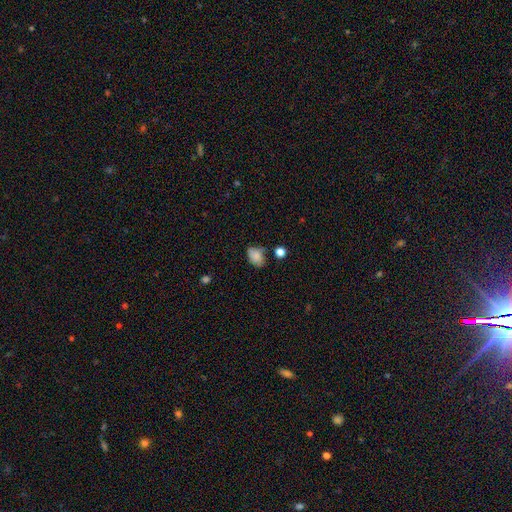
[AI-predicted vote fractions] Smooth or featured? Predicted: smooth (p=0.80). How rounded? Predicted: in between (p=0.77). Merging? Predicted: none (p=0.54).